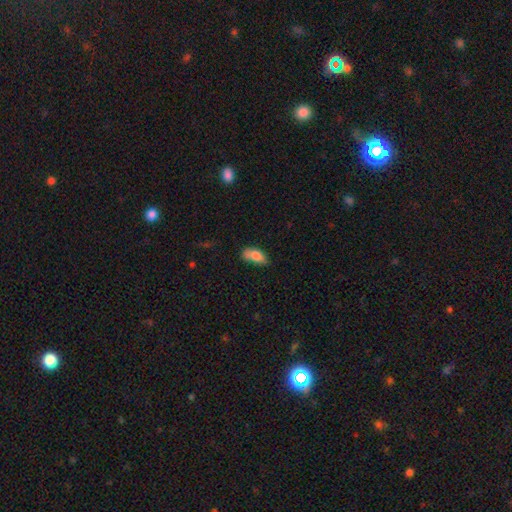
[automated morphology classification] A smooth galaxy with no disk features (80%) that is in between round and cigar-shaped (87%). Merging: none (44%).